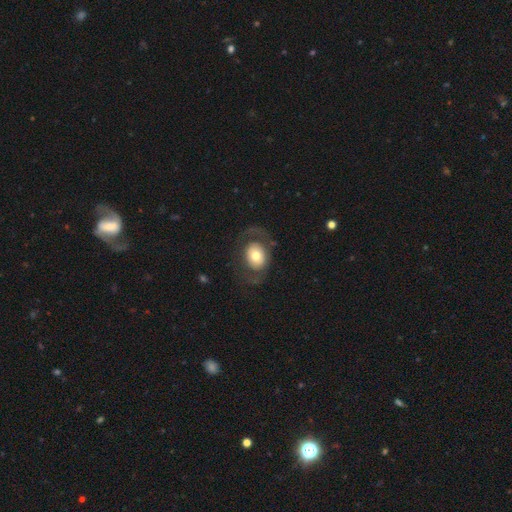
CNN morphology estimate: smooth 52%, featured or disk 41%, star or artifact 7%. Down the decision tree: how rounded — in between (57%); merging — none (63%).